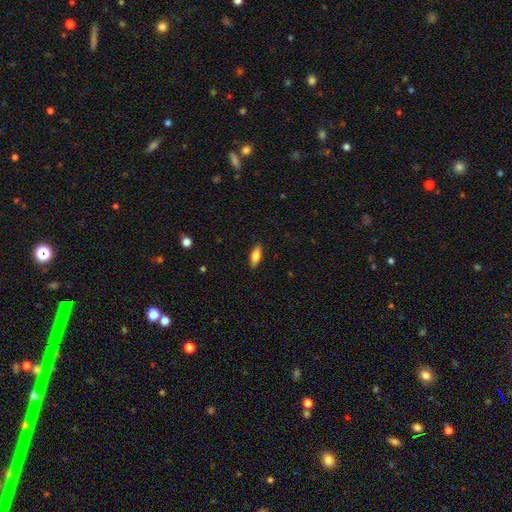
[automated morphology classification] type=smooth (76%); roundness=in between (74%); merging=none (87%).